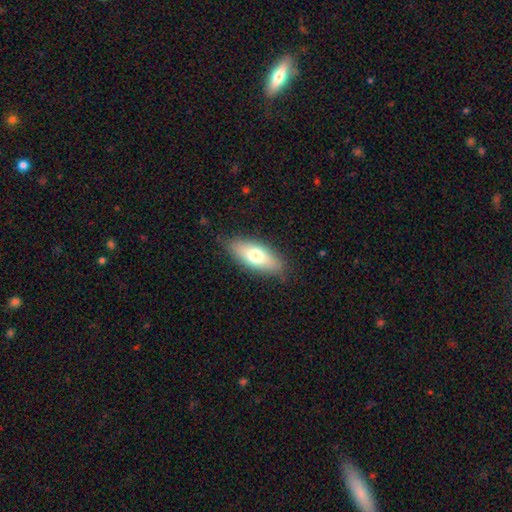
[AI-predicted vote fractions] This appears to be a smooth galaxy with no disk features (69%) that is in between round and cigar-shaped (77%). Merging: none (83%).